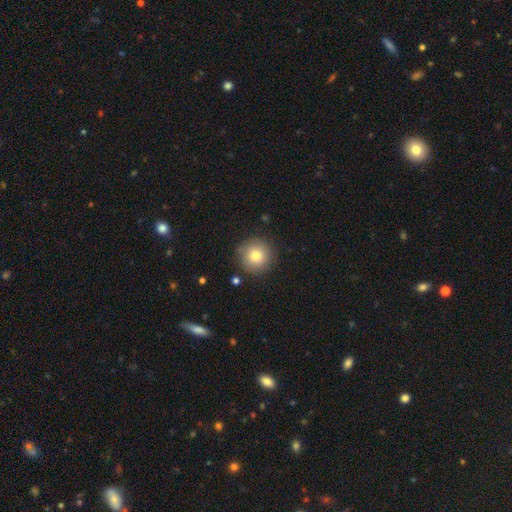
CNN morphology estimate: A smooth galaxy with no disk features (80%) that is round (95%).

Vote fractions:
- Smooth or featured? smooth: 80% / star or artifact: 10% / featured or disk: 10%
- How rounded? round: 95% / in between: 4% / cigar-shaped: 1%
- Merging? none: 87% / minor disturbance: 8% / major disturbance: 3% / merger: 2%